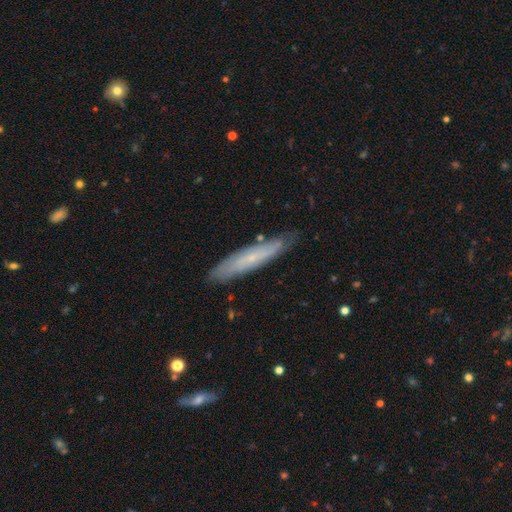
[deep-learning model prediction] This appears to be a smooth galaxy with no disk features (50%). Merging: none (83%).